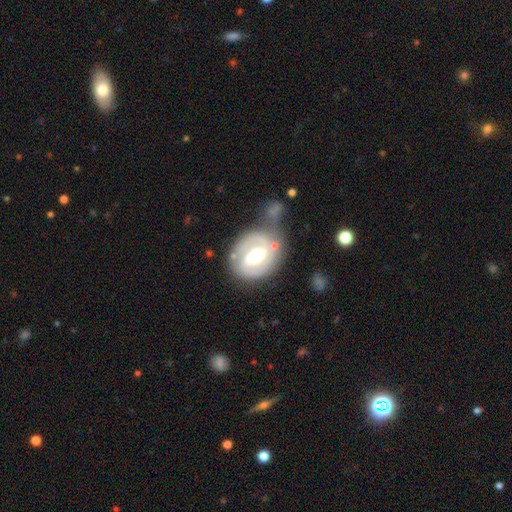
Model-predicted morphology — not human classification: smooth-or-featured: featured or disk: 74% | smooth: 21% | star or artifact: 6%
  disk-edge-on: no: 96% | yes: 4%
    bar: strong: 47% | weak: 41% | no: 12%
    has-spiral-arms: yes: 73% | no: 27%
      spiral-winding: tight: 51% | medium: 35% | loose: 14%
      spiral-arm-count: 2: 67% | can't tell: 17% | 1: 11% | 3: 2% | 4: 1% | more than 4: 1%
    bulge-size: moderate: 57% | large: 25% | small: 12% | none: 3% | dominant: 2%
  merging: none: 47% | minor disturbance: 23% | major disturbance: 16% | merger: 15%